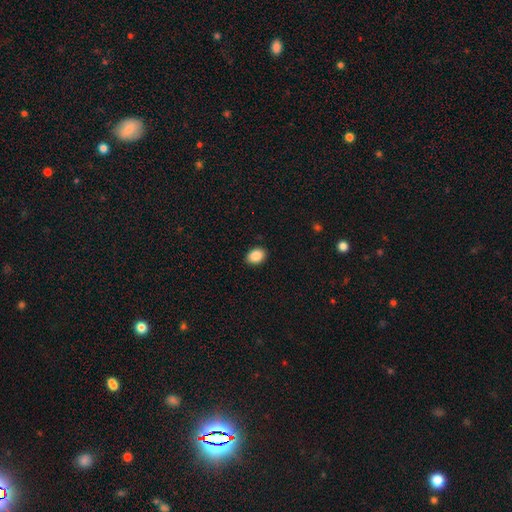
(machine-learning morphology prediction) A smooth galaxy with no disk features (89%) that is in between round and cigar-shaped (74%). Merging: none (90%).